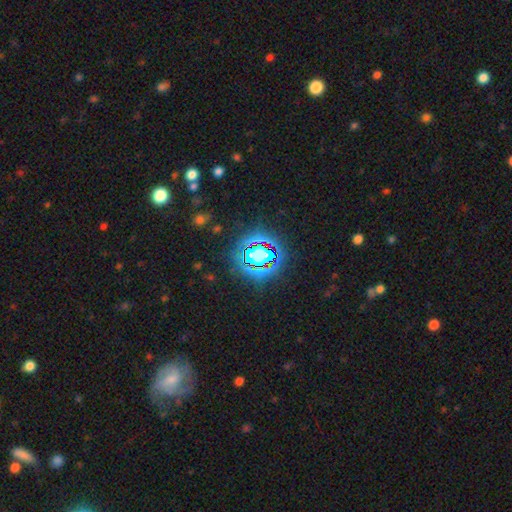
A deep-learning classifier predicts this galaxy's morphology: smooth-or-featured: star or artifact: 75% | smooth: 15% | featured or disk: 10%